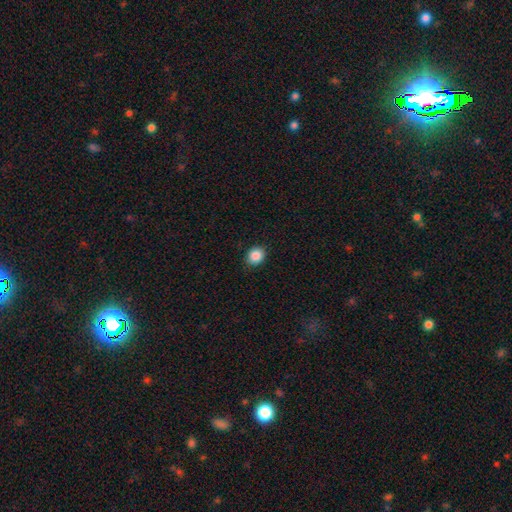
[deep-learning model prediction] The model was most divided on "how rounded": round: 68%, in between: 31%, cigar-shaped: 1%. More confident: smooth or featured — smooth (87%); merging — none (87%).